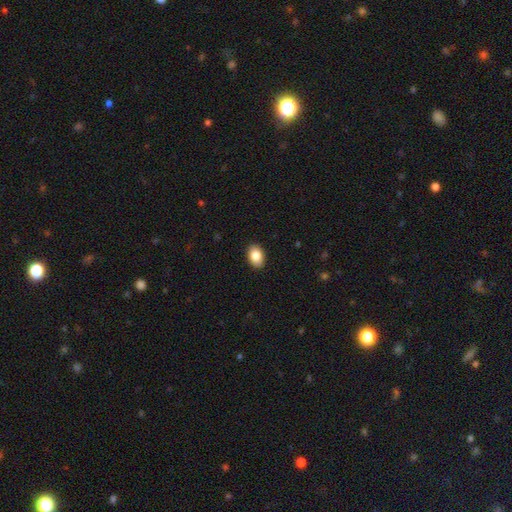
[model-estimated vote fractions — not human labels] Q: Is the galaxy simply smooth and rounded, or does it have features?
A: smooth — 85%.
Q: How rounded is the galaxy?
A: in between — 84%.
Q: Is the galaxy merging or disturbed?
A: none — 90%.